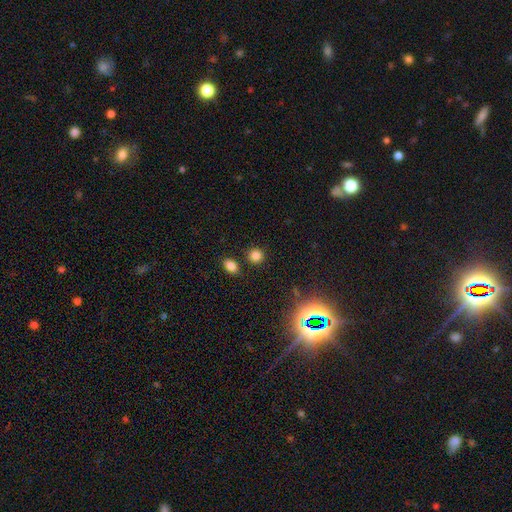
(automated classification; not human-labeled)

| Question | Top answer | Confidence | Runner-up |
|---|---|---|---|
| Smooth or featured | smooth | 81% | star or artifact (15%) |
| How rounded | round | 86% | in between (13%) |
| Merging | none | 83% | minor disturbance (8%) |